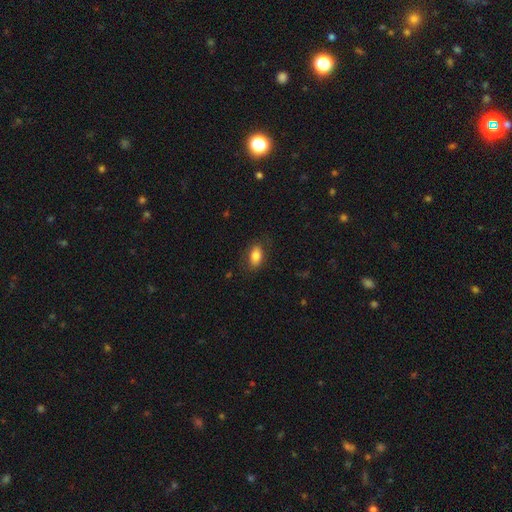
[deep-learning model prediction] Overall: smooth (80%). How rounded: in between (87%). Merging: none (79%).